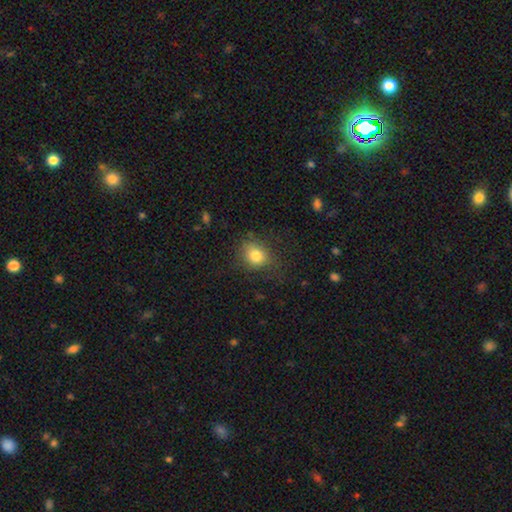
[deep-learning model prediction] Smooth or featured: smooth — 80% (star or artifact — 12%)
How rounded: round — 62% (in between — 37%)
Merging: none — 75% (minor disturbance — 17%)